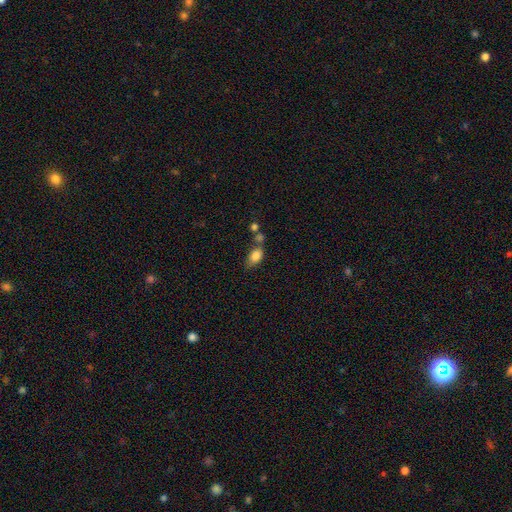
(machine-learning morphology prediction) A smooth galaxy with no disk features (83%) that is in between round and cigar-shaped (87%).

Vote fractions:
- Smooth or featured? smooth: 83% / star or artifact: 9% / featured or disk: 8%
- How rounded? in between: 87% / round: 10% / cigar-shaped: 3%
- Merging? none: 42% / merger: 31% / minor disturbance: 19% / major disturbance: 8%